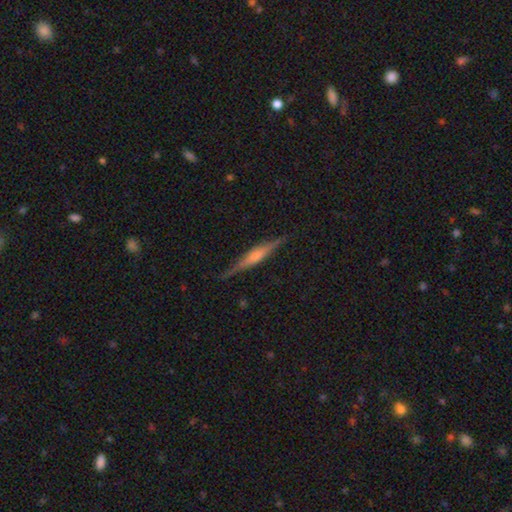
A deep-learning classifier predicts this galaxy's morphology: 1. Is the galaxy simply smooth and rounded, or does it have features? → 65% featured or disk, 28% smooth, 7% star or artifact.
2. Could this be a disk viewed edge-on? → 97% yes, 3% no.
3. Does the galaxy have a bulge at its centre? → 48% rounded, 34% boxy, 18% none.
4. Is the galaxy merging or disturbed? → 85% none, 11% minor disturbance, 2% major disturbance, 1% merger.